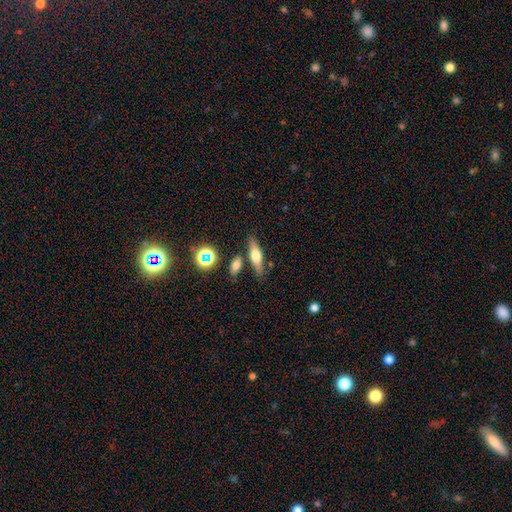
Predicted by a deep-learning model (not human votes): Overall: smooth (49%; featured or disk 41%). Merging: none (76%).